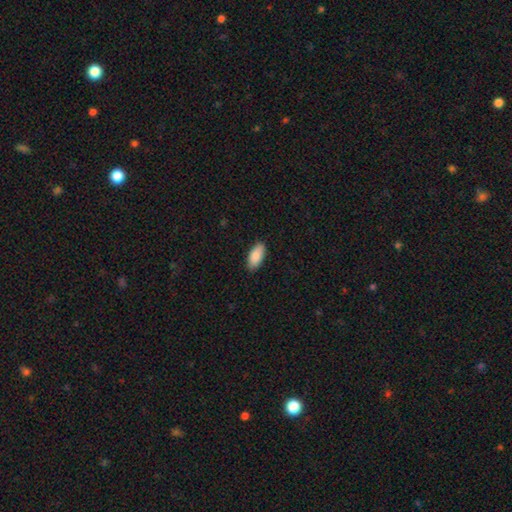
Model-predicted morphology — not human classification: Q: Smooth or featured?
A: smooth (89%); runner-up: star or artifact (6%)
Q: How rounded?
A: in between (91%); runner-up: cigar-shaped (7%)
Q: Merging?
A: none (88%); runner-up: minor disturbance (9%)